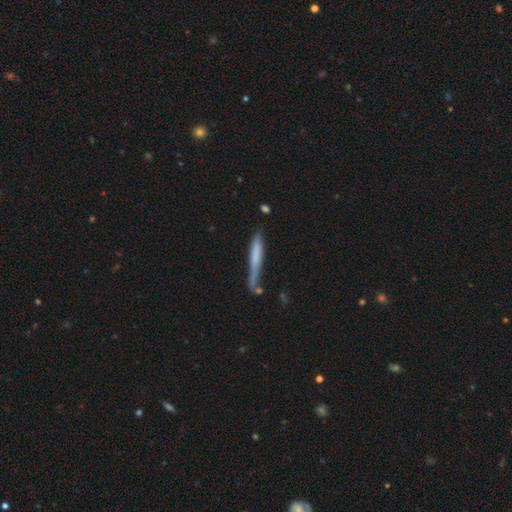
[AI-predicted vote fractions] Smooth or featured: smooth — 62% (featured or disk — 32%)
How rounded: cigar-shaped — 95% (in between — 4%)
Merging: none — 59% (minor disturbance — 23%)